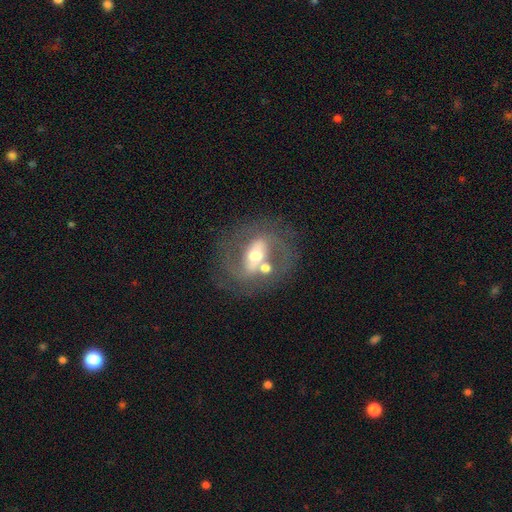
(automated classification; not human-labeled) Overall: featured or disk (77%). Edge-on disk: no (93%). Bar: strong (49%; weak 29%). Spiral arms: yes (72%). Spiral arm count: 2 (81%). Spiral winding: medium (50%; tight 28%). Bulge size: moderate (67%). Merging: none (59%).